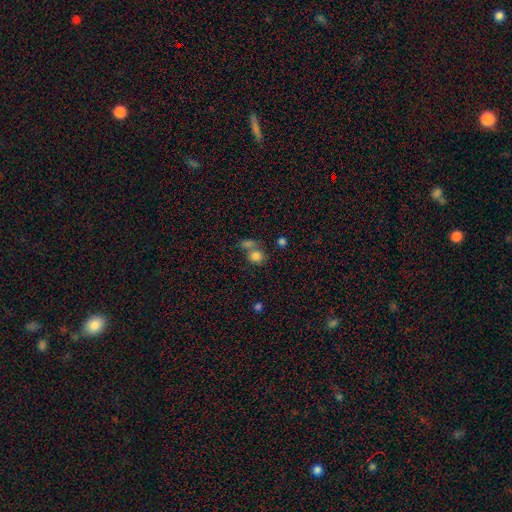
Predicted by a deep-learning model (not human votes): Q: Smooth or featured?
A: smooth (80%); runner-up: star or artifact (12%)
Q: How rounded?
A: round (77%); runner-up: in between (22%)
Q: Merging?
A: none (46%); runner-up: merger (37%)